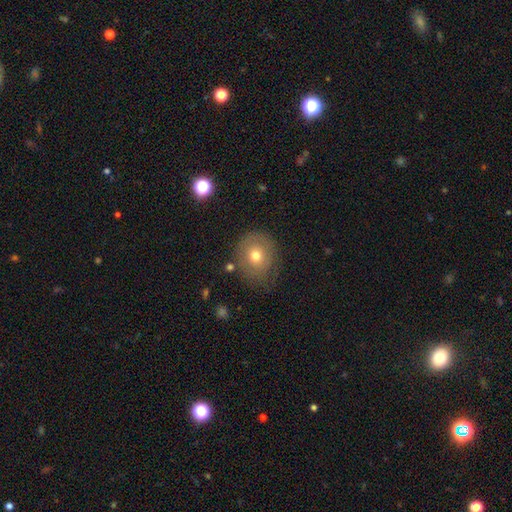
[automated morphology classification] This is likely a smooth galaxy (66%). How rounded: likely round (77%). Merging: likely none (71%).